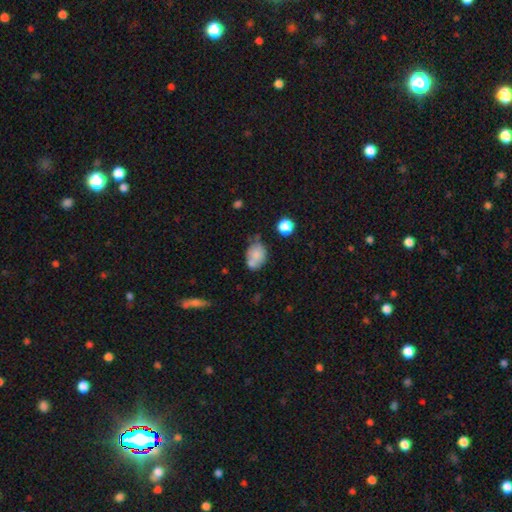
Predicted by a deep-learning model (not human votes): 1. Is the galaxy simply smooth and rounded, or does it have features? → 74% smooth, 16% featured or disk, 10% star or artifact.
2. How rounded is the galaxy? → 62% in between, 37% round, 1% cigar-shaped.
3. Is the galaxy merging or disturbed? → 40% none, 30% merger, 22% minor disturbance, 8% major disturbance.